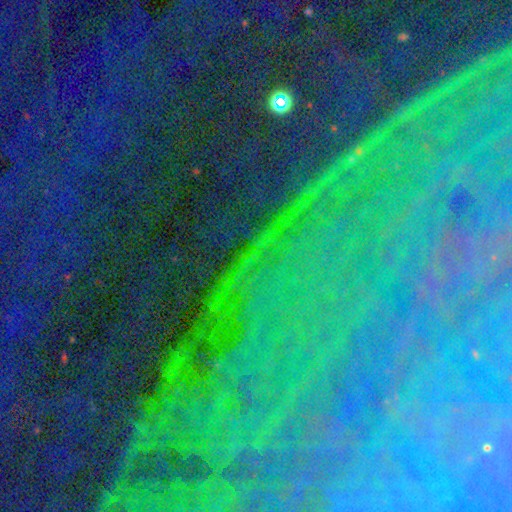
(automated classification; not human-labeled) Overall: star or artifact (73%).